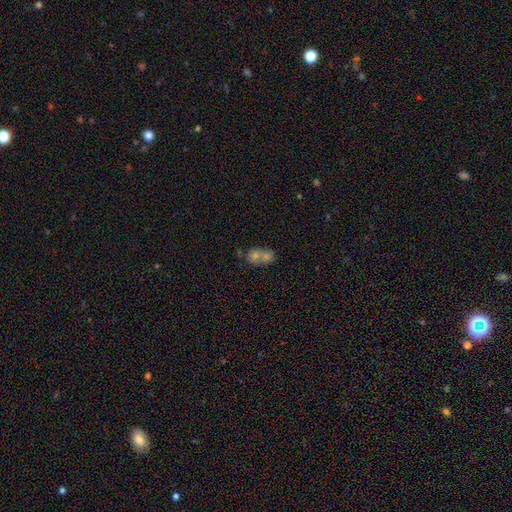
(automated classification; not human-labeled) Overall: smooth (59%; featured or disk 24%). How rounded: round (57%; in between 40%). Merging: merger (67%).